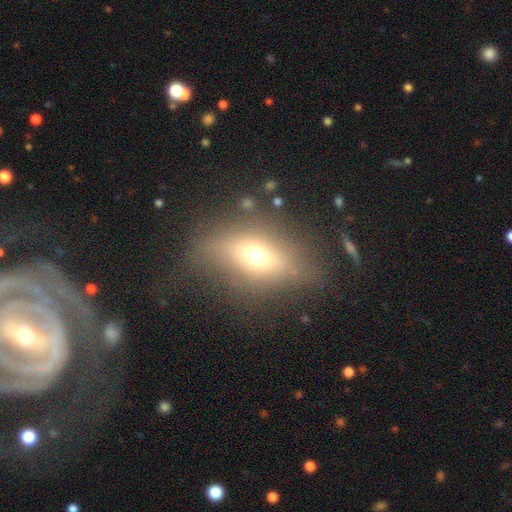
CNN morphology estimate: Smooth or featured? smooth (56%)
How rounded? in between (68%)
Merging? none (63%)